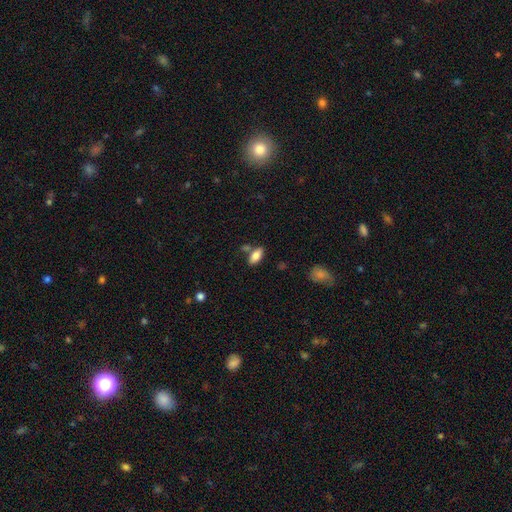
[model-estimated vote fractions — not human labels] Smooth or featured?
  - smooth: 82% *
  - featured or disk: 10%
  - star or artifact: 7%
How rounded?
  - in between: 89% *
  - cigar-shaped: 8%
  - round: 3%
Merging?
  - none: 71% *
  - merger: 13%
  - minor disturbance: 13%
  - major disturbance: 3%